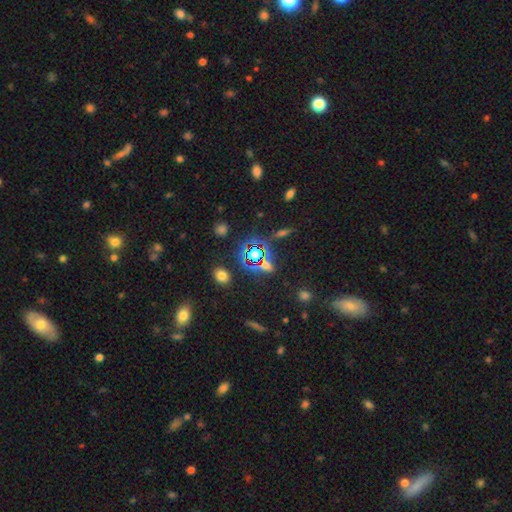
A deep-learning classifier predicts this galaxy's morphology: type=star or artifact (60%).